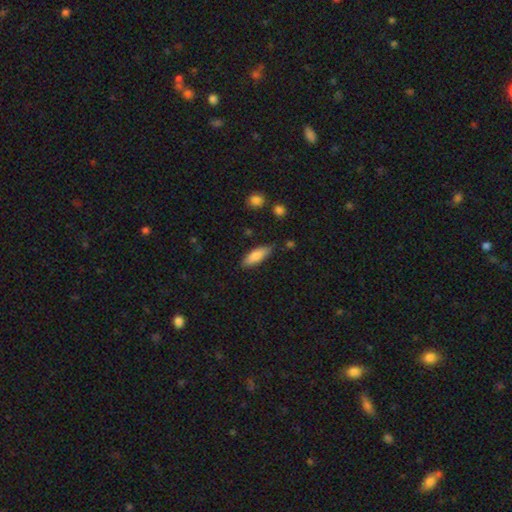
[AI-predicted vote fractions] Q: Smooth or featured?
A: smooth (81%); runner-up: featured or disk (12%)
Q: How rounded?
A: in between (61%); runner-up: cigar-shaped (37%)
Q: Merging?
A: none (81%); runner-up: minor disturbance (14%)